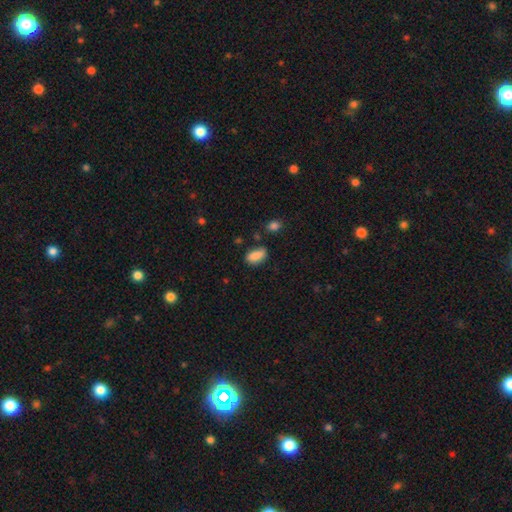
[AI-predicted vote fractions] smooth 87%, star or artifact 8%, featured or disk 5%. Down the decision tree: how rounded — in between (90%); merging — none (72%).